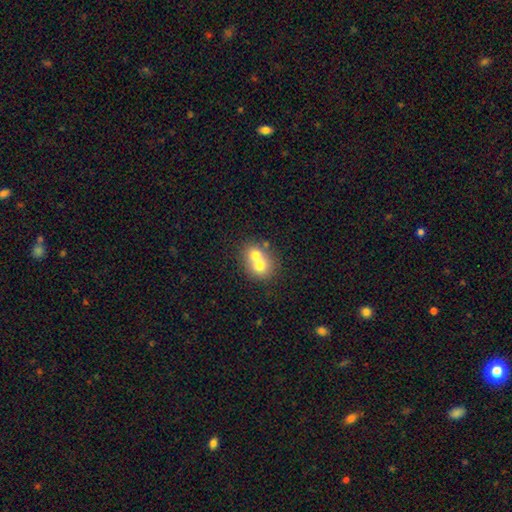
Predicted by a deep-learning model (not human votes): This appears to be a smooth galaxy with no disk features (67%) that is round (72%). Merging: merger (68%).